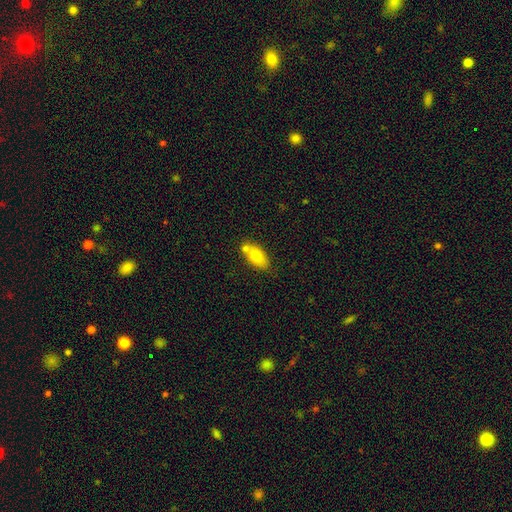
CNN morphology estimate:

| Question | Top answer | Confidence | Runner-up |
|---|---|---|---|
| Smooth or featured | smooth | 77% | featured or disk (15%) |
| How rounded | in between | 88% | cigar-shaped (7%) |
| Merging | none | 58% | merger (24%) |